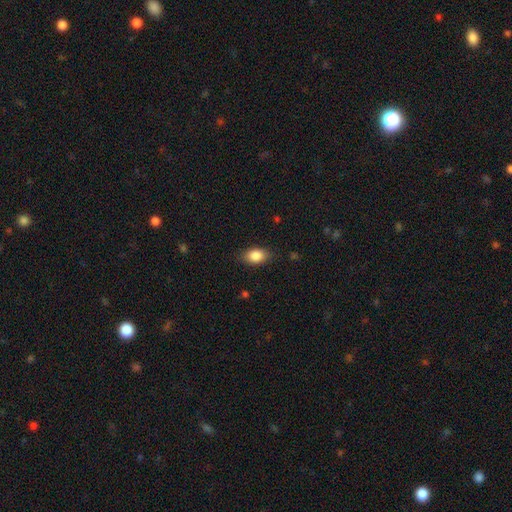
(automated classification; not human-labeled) Smooth or featured? Predicted: smooth (p=0.86). How rounded? Predicted: in between (p=0.86). Merging? Predicted: none (p=0.83).